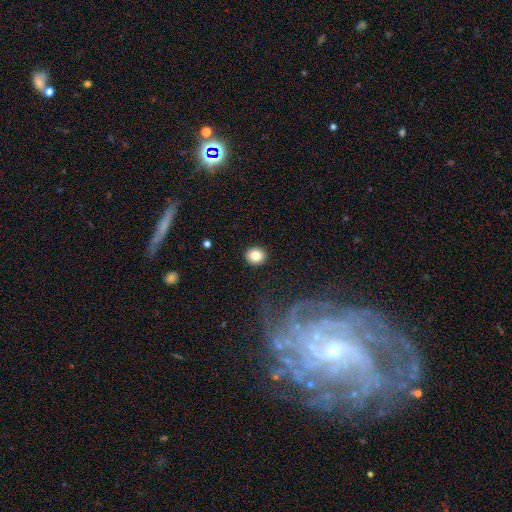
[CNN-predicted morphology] smooth_or_featured: smooth (p=0.82) [alt: star or artifact p=0.10]
how_rounded: round (p=0.79) [alt: in between p=0.20]
merging: none (p=0.90) [alt: minor disturbance p=0.06]